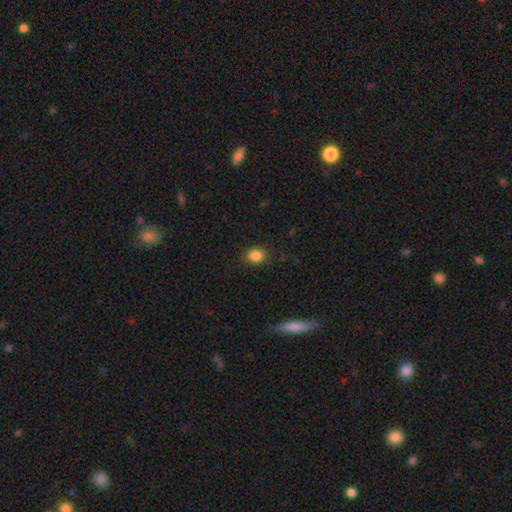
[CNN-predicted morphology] Smooth or featured: smooth — 86% (star or artifact — 10%)
How rounded: round — 60% (in between — 39%)
Merging: none — 87% (minor disturbance — 9%)